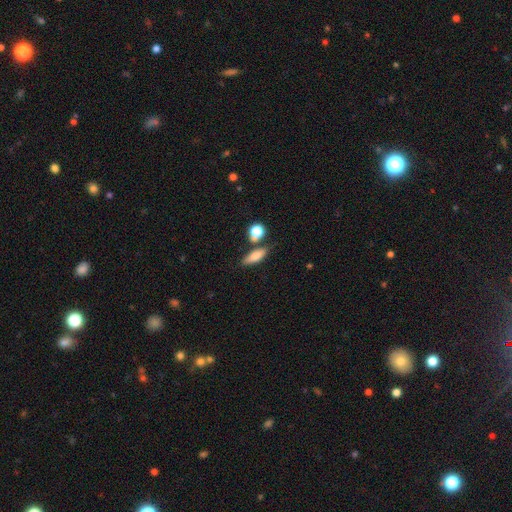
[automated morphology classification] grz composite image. It shows a smooth galaxy with no disk features (73%) that is in between round and cigar-shaped (54%). Merging: none (68%).